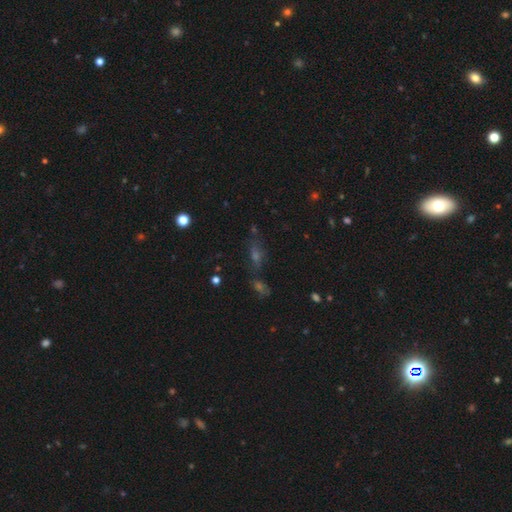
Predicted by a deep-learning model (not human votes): Smooth or featured?
  - star or artifact: 40% *
  - smooth: 37%
  - featured or disk: 23%